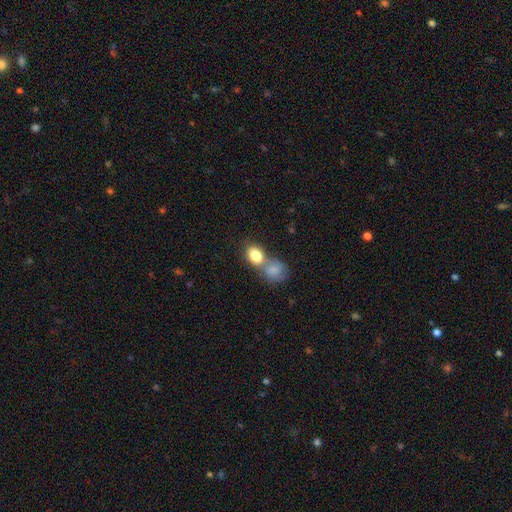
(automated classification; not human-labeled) The model was most divided on "merging": merger: 54%, none: 32%, minor disturbance: 9%, major disturbance: 4%. More confident: smooth or featured — smooth (83%); how rounded — in between (63%).